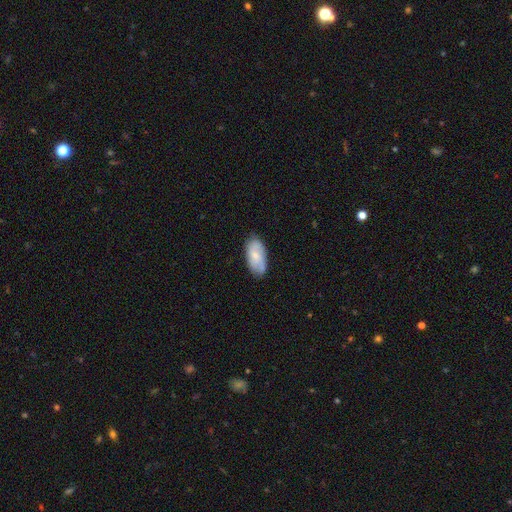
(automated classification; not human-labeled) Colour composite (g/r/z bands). It shows a smooth galaxy with no disk features (60%) that is in between round and cigar-shaped (93%). Merging: none (74%).